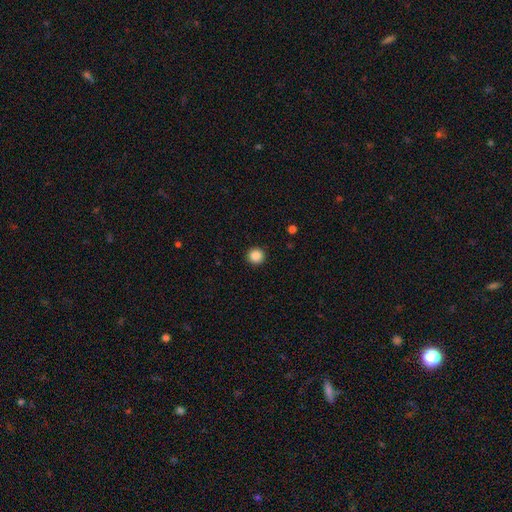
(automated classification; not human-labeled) Smooth or featured: smooth — 88% (star or artifact — 10%)
How rounded: round — 95% (in between — 4%)
Merging: none — 93% (minor disturbance — 5%)